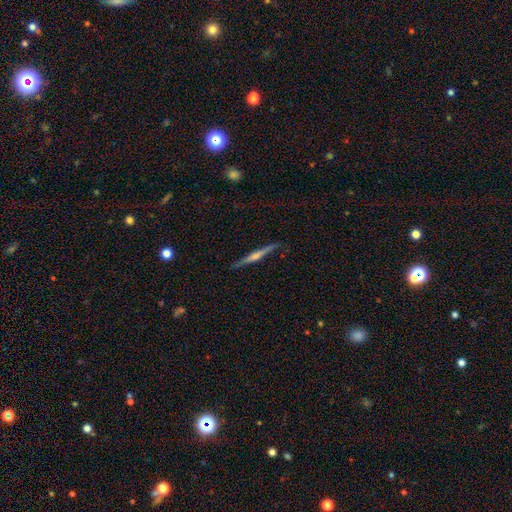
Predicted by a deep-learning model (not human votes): This is likely a featured or disk galaxy (77%). It is clearly viewed edge-on (98%). Edge-on bulge: likely rounded (76%). Merging: clearly none (89%).